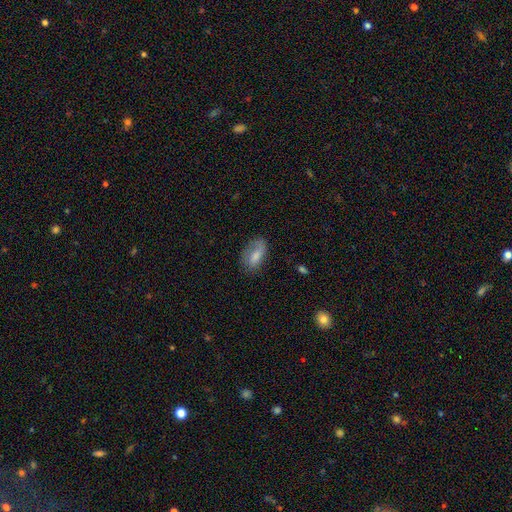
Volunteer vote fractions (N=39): A smooth galaxy with no disk features (79%) that is in between round and cigar-shaped (94%).

Vote fractions:
- Smooth or featured? smooth: 79% / featured or disk: 13% / star or artifact: 8%
- How rounded? in between: 94% / cigar-shaped: 6% / round: 0%
- Merging? none: 67% / minor disturbance: 25% / major disturbance: 8% / merger: 0%